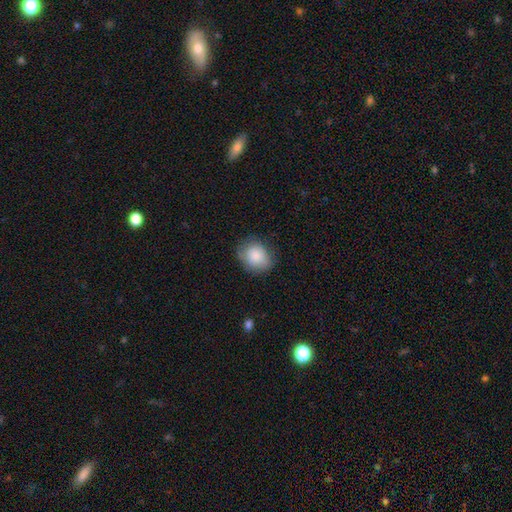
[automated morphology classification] A smooth galaxy with no disk features (84%) that is round (55%). Merging: none (70%).